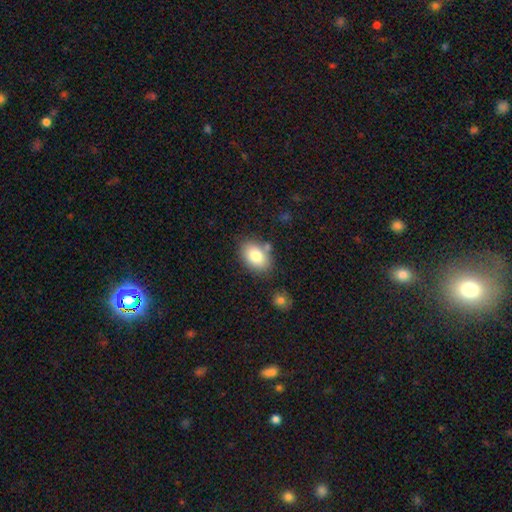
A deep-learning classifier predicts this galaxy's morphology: A smooth galaxy with no disk features (80%) that is in between round and cigar-shaped (84%). Merging: none (75%).